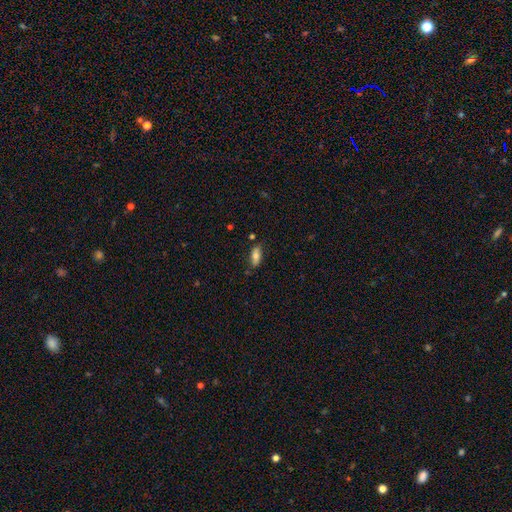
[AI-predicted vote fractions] smooth-or-featured: smooth: 74% | featured or disk: 19% | star or artifact: 8%
  how-rounded: in between: 82% | cigar-shaped: 15% | round: 3%
  merging: none: 75% | minor disturbance: 19% | major disturbance: 4% | merger: 3%